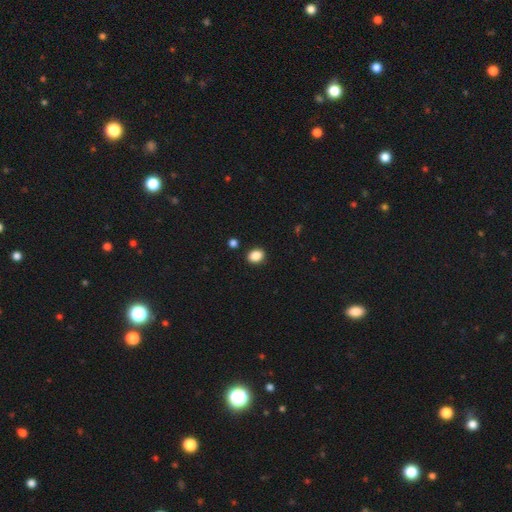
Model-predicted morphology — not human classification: smooth 88%, star or artifact 9%, featured or disk 3%. Down the decision tree: how rounded — in between (61%); merging — none (88%).